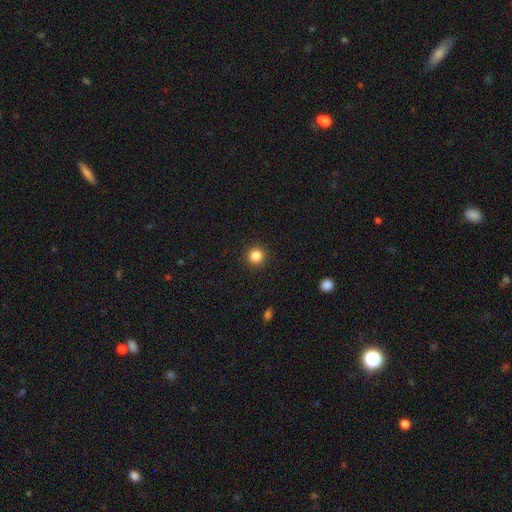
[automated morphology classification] This is clearly a smooth galaxy (85%). How rounded: clearly round (94%). Merging: clearly none (92%).